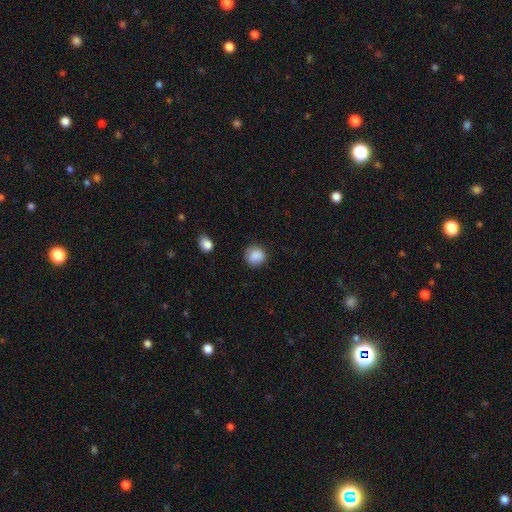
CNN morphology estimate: Overall: smooth (88%). How rounded: round (88%). Merging: none (85%).